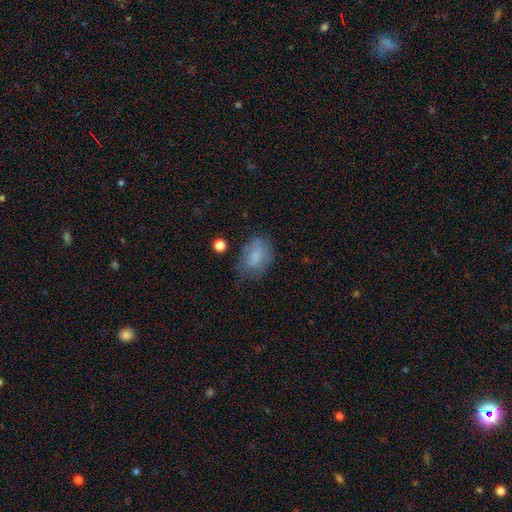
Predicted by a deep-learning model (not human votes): This is likely a smooth galaxy (72%). How rounded: likely in between (79%). Merging: possibly none (54%).